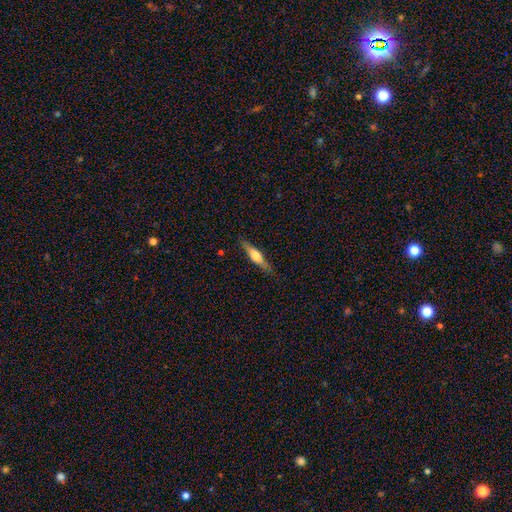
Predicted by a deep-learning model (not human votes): A featured or disk galaxy (48%). Merging: none (84%).